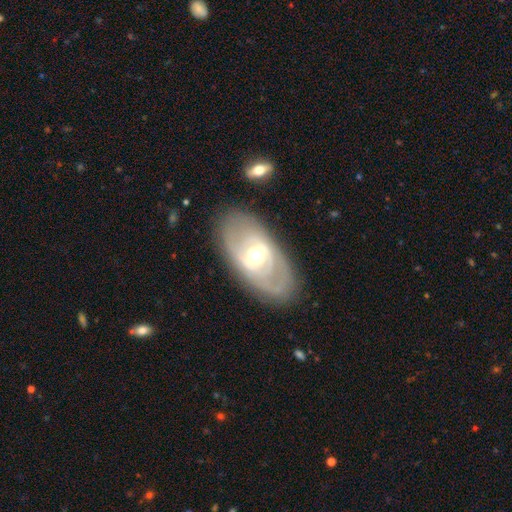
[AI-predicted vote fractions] Q: Smooth or featured?
A: featured or disk (75%); runner-up: smooth (20%)
Q: Edge-on disk?
A: no (91%); runner-up: yes (9%)
Q: Bar?
A: weak (43%); runner-up: no (33%)
Q: Spiral arms?
A: yes (66%); runner-up: no (34%)
Q: Bulge size?
A: moderate (71%); runner-up: small (17%)
Q: Merging?
A: none (83%); runner-up: minor disturbance (11%)